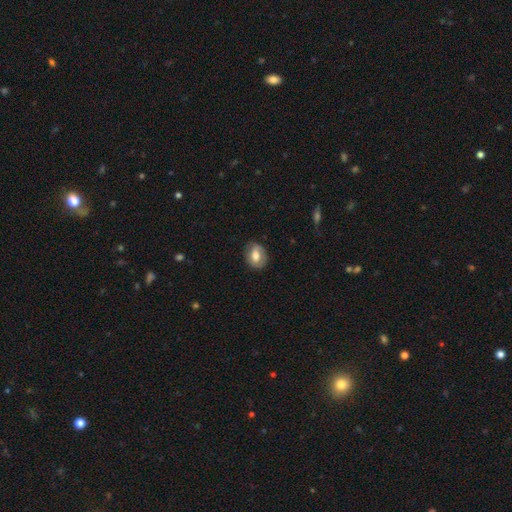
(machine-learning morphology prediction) Overall: smooth (61%; featured or disk 32%). How rounded: in between (58%; round 40%). Merging: none (78%).